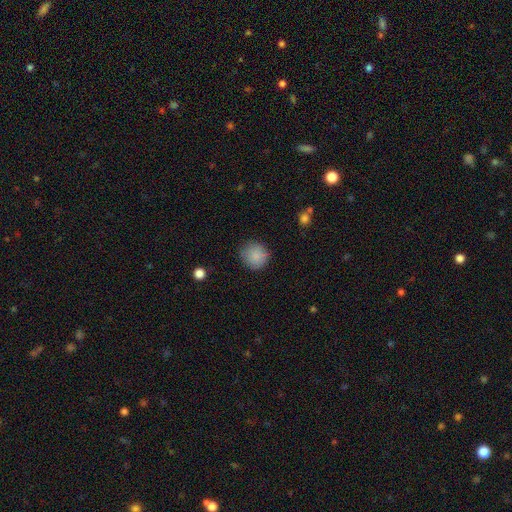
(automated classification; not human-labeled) Smooth or featured?
  - smooth: 86% *
  - star or artifact: 8%
  - featured or disk: 5%
How rounded?
  - round: 92% *
  - in between: 7%
  - cigar-shaped: 1%
Merging?
  - none: 83% *
  - minor disturbance: 13%
  - major disturbance: 3%
  - merger: 1%